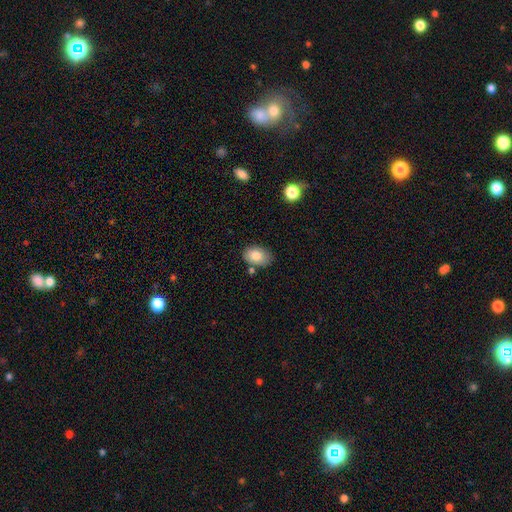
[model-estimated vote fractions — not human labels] Smooth or featured? Predicted: smooth (p=0.82). How rounded? Predicted: in between (p=0.87). Merging? Predicted: none (p=0.74).